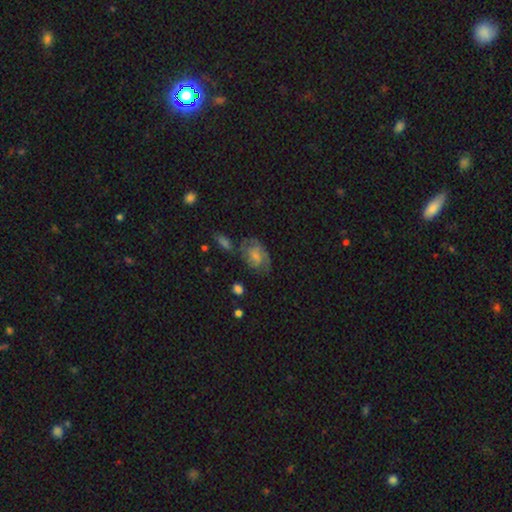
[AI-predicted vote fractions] Smooth or featured: featured or disk — 59% (smooth — 33%)
Edge-on disk: no — 97% (yes — 3%)
Bar: no — 58% (weak — 36%)
Spiral arms: yes — 86% (no — 14%)
Bulge size: small — 49% (moderate — 26%)
Merging: none — 55% (minor disturbance — 24%)